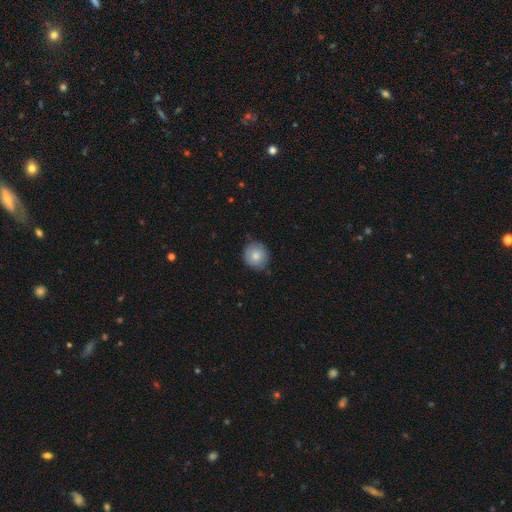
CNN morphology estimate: Overall: smooth (76%). How rounded: round (90%). Merging: none (78%).